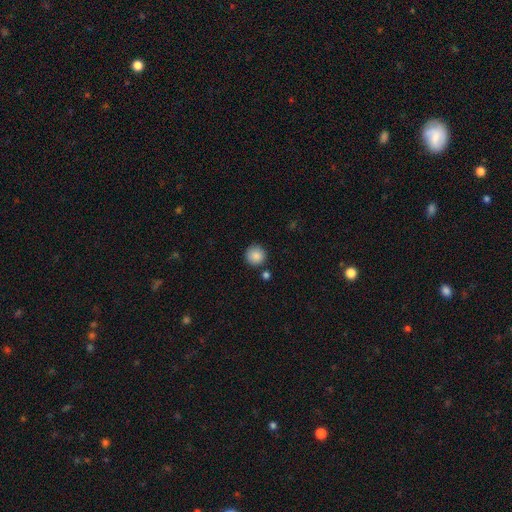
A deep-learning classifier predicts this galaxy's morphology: smooth-or-featured: smooth: 88% | star or artifact: 8% | featured or disk: 4%
  how-rounded: round: 95% | in between: 4% | cigar-shaped: 1%
  merging: none: 86% | minor disturbance: 8% | merger: 4% | major disturbance: 2%